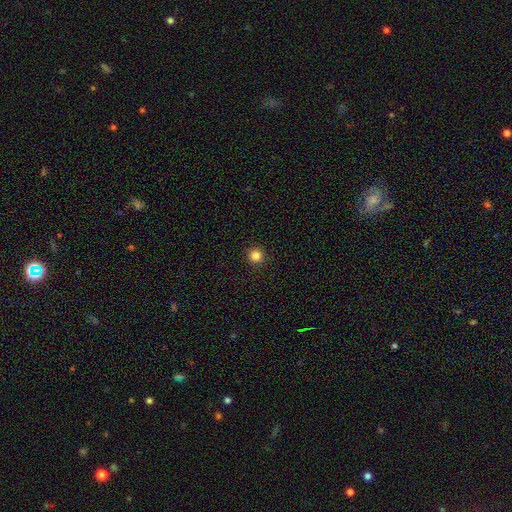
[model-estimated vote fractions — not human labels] Smooth or featured: smooth — 84% (star or artifact — 13%)
How rounded: round — 96% (in between — 3%)
Merging: none — 94% (minor disturbance — 4%)